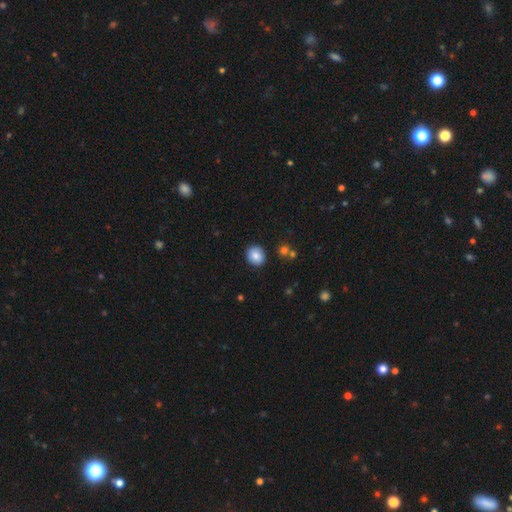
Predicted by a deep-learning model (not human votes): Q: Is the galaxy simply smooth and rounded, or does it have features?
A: smooth — 84%.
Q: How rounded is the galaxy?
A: round — 77%.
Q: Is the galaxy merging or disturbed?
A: none — 89%.